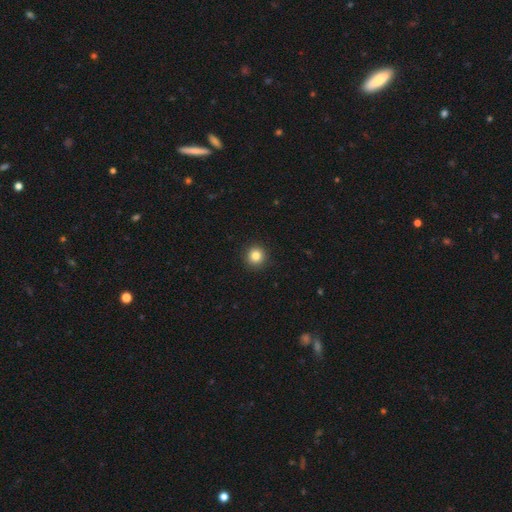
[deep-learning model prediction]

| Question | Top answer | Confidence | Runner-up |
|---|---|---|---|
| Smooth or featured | smooth | 83% | star or artifact (11%) |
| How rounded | round | 95% | in between (4%) |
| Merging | none | 93% | minor disturbance (5%) |